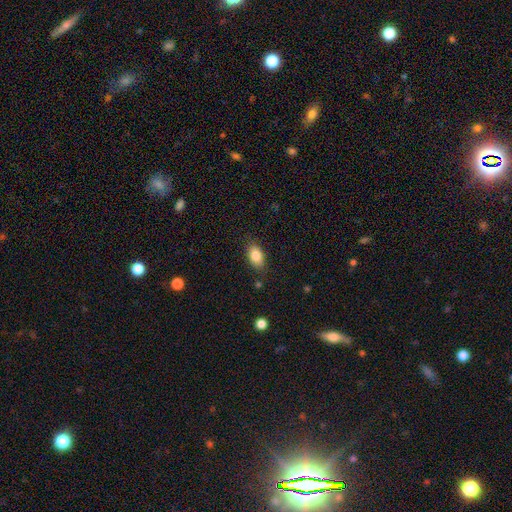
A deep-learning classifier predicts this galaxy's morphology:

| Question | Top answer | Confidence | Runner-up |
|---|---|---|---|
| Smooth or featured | smooth | 85% | star or artifact (8%) |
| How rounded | in between | 89% | round (9%) |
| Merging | none | 83% | minor disturbance (12%) |